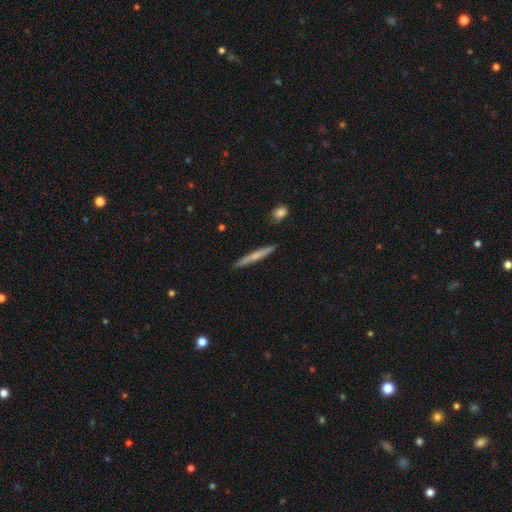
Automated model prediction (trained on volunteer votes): smooth 55%, featured or disk 39%, star or artifact 6%. Down the decision tree: how rounded — cigar-shaped (96%); merging — none (90%).